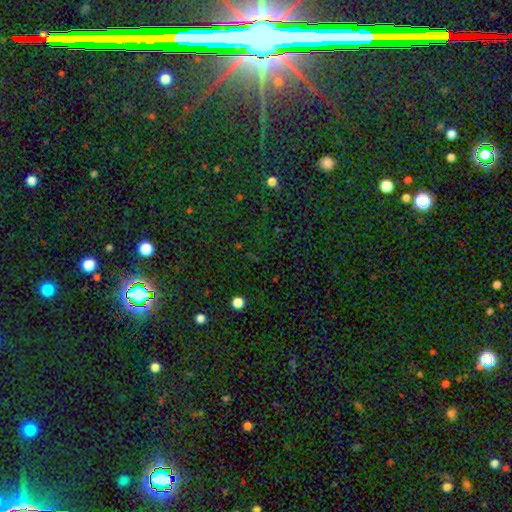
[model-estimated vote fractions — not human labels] The model was most divided on "smooth or featured": star or artifact: 80%, smooth: 11%, featured or disk: 9%.